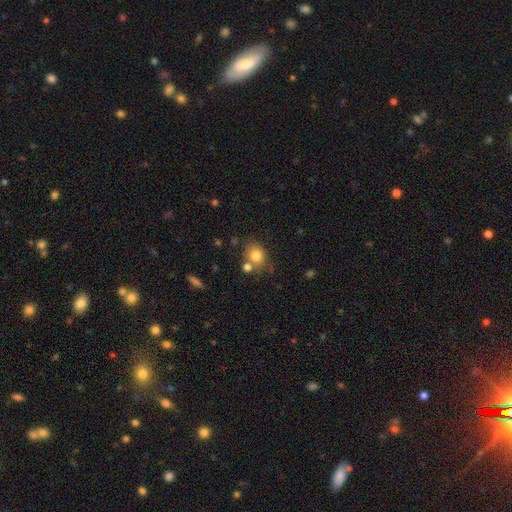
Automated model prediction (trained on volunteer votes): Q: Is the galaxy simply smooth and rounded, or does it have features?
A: smooth — 80%.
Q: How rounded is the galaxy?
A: round — 66%.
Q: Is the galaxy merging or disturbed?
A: none — 65%.